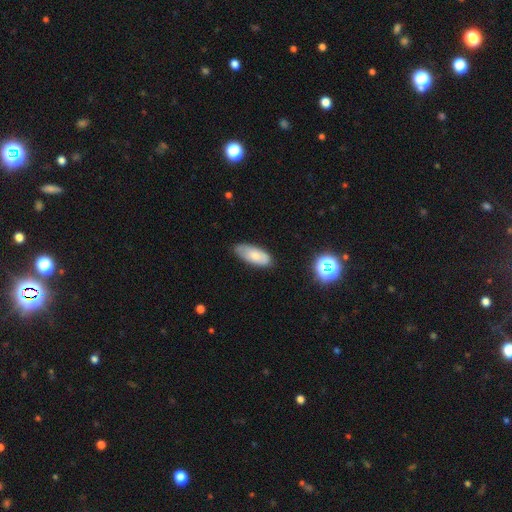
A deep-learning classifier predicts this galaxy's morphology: Smooth or featured? smooth (71%)
How rounded? in between (85%)
Merging? none (72%)